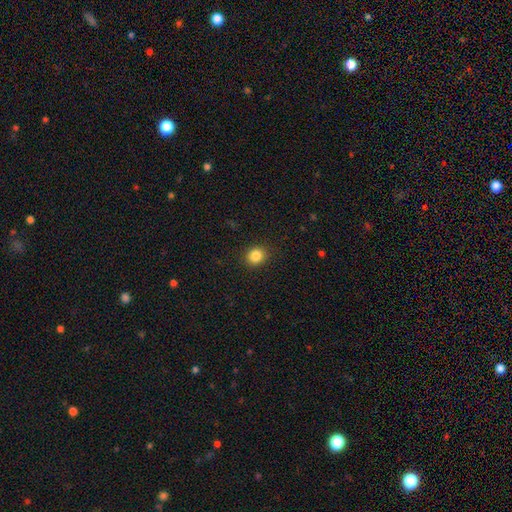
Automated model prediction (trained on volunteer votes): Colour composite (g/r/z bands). It shows a smooth galaxy with no disk features (85%) that is round (77%). Merging: none (90%).